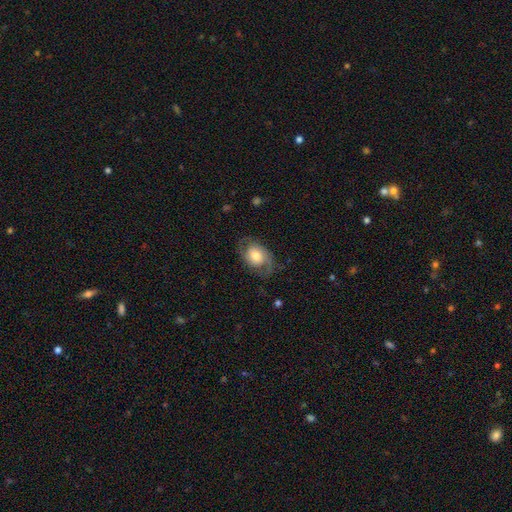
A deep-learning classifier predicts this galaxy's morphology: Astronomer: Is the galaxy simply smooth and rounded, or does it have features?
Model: featured or disk — 52% (runner-up: smooth, 41%).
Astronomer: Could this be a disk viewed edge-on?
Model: no — 95%.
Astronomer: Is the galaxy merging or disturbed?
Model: none — 64%.